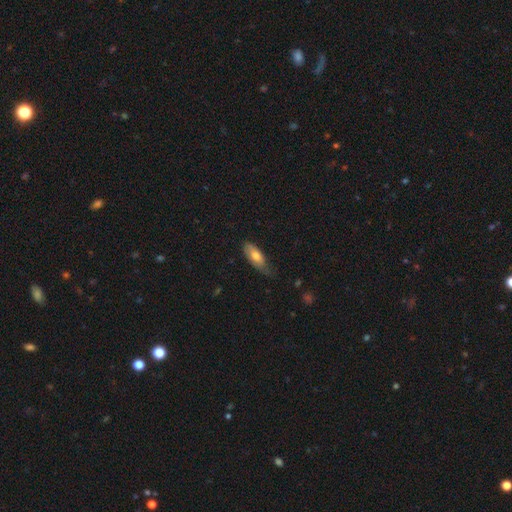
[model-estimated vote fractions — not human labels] The model was most divided on "merging": none: 51%, minor disturbance: 38%, major disturbance: 10%, merger: 2%. More confident: how rounded — in between (75%); smooth or featured — smooth (72%).